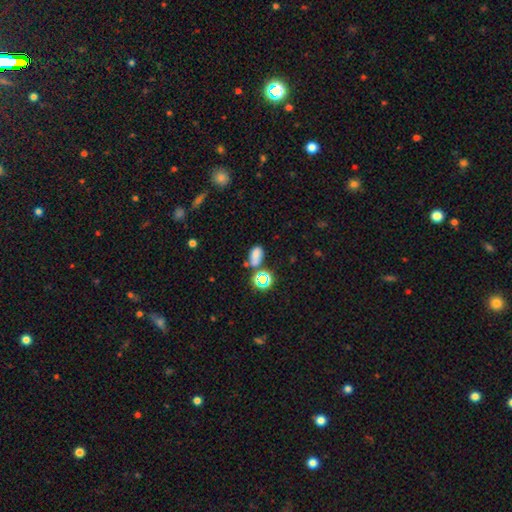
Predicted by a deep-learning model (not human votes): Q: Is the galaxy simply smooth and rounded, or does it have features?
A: smooth — 66%.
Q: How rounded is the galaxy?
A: in between — 83%.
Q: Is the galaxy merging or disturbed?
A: none — 50%.